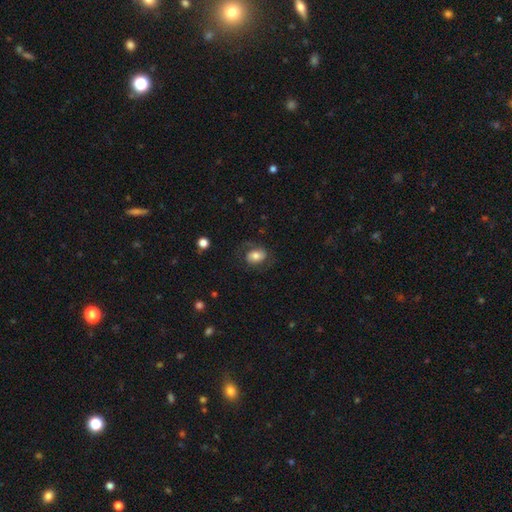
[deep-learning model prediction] Smooth or featured? Predicted: smooth (p=0.55). How rounded? Predicted: in between (p=0.67). Merging? Predicted: none (p=0.64).